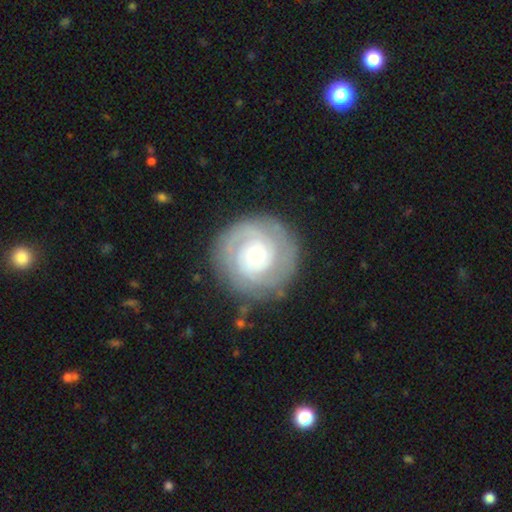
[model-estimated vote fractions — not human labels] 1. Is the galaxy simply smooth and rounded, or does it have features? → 80% featured or disk, 15% smooth, 5% star or artifact.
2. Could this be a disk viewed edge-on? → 98% no, 2% yes.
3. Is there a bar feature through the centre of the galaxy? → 76% no, 19% weak, 5% strong.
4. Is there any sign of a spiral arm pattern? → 94% yes, 6% no.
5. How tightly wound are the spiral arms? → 76% tight, 19% medium, 5% loose.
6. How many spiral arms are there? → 39% 2, 25% can't tell, 18% 3, 7% 1, 6% 4, 5% more than 4.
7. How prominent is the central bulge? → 50% small, 37% moderate, 9% large, 2% dominant, 2% none.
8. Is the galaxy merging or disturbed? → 83% none, 11% minor disturbance, 5% major disturbance, 1% merger.